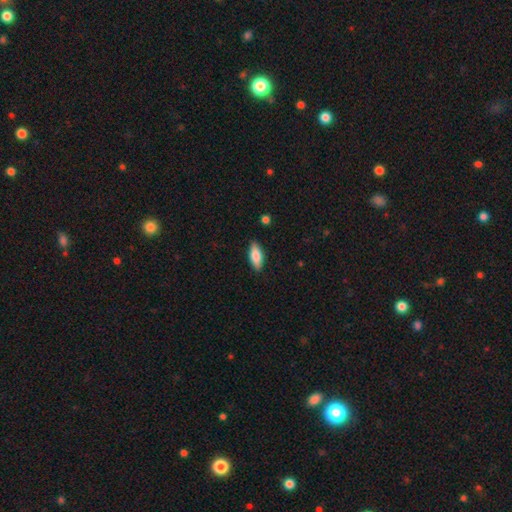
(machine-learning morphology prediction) Smooth or featured? smooth (80%)
How rounded? in between (77%)
Merging? none (87%)